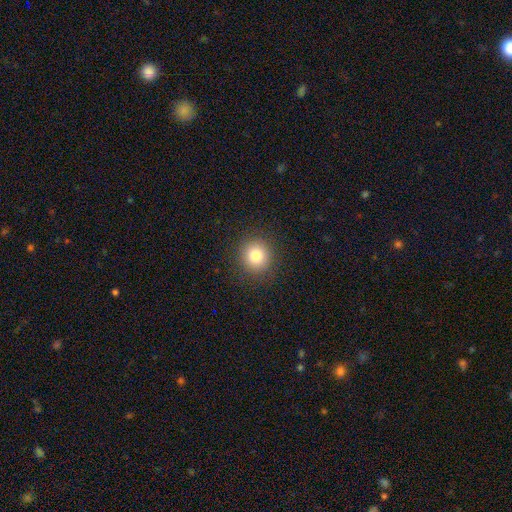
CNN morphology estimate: smooth-or-featured: smooth: 80% | star or artifact: 12% | featured or disk: 8%
  how-rounded: round: 90% | in between: 9% | cigar-shaped: 1%
  merging: none: 90% | minor disturbance: 6% | major disturbance: 2% | merger: 1%